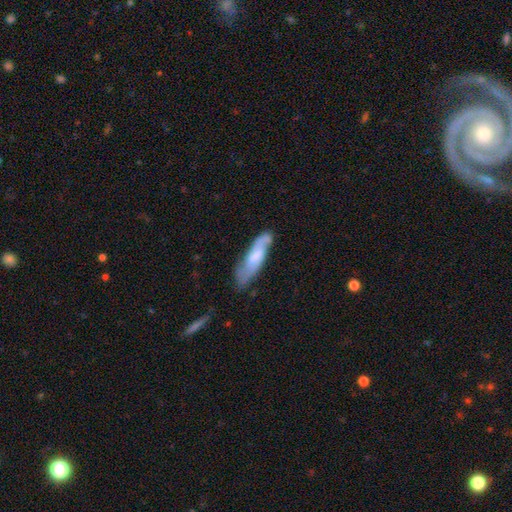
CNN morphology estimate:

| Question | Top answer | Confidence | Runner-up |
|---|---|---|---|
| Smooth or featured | featured or disk | 49% | smooth (45%) |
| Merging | none | 66% | minor disturbance (25%) |